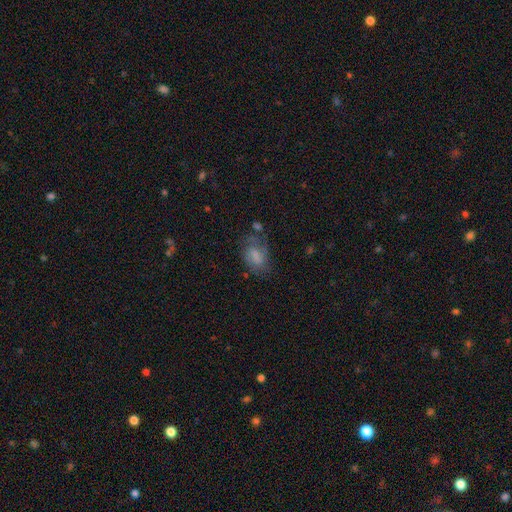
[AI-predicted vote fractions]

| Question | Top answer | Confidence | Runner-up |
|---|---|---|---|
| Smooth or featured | smooth | 58% | featured or disk (32%) |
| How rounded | in between | 83% | round (14%) |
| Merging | none | 45% | minor disturbance (27%) |